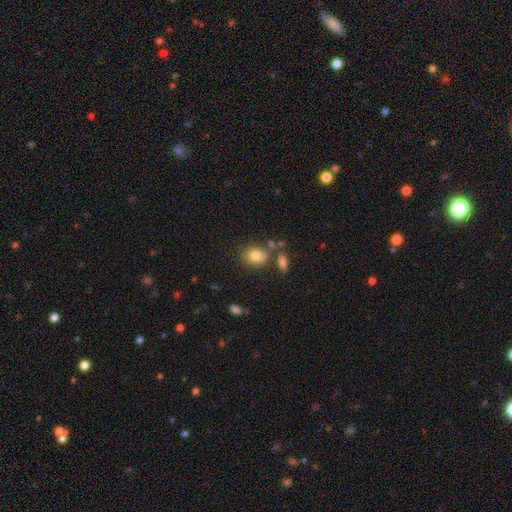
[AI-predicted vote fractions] Q: Smooth or featured?
A: smooth (79%); runner-up: featured or disk (11%)
Q: How rounded?
A: round (50%); runner-up: in between (48%)
Q: Merging?
A: none (64%); runner-up: minor disturbance (17%)